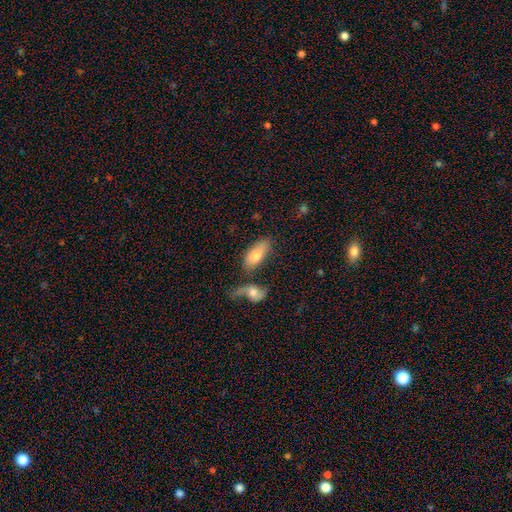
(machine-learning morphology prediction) Smooth or featured? Predicted: smooth (p=0.71). How rounded? Predicted: in between (p=0.88). Merging? Predicted: none (p=0.47).